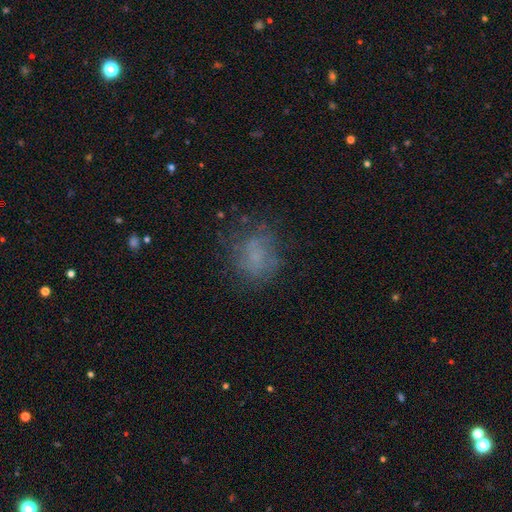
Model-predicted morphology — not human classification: Smooth or featured? smooth (57%)
How rounded? round (62%)
Merging? none (63%)